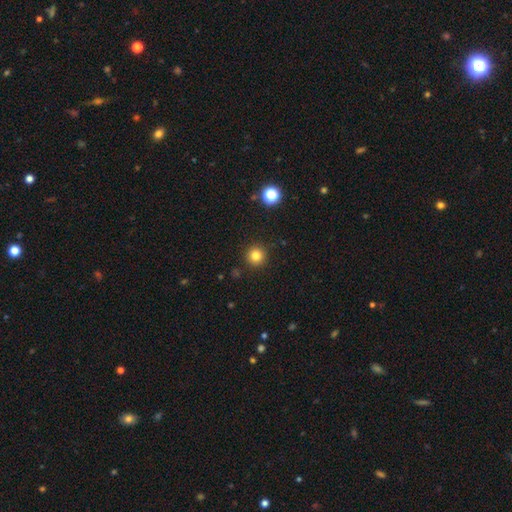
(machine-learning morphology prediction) type=smooth (81%); roundness=round (96%); merging=none (91%).